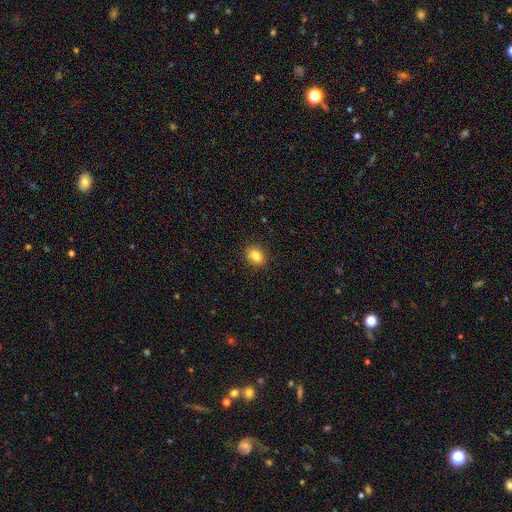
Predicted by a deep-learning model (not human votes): smooth 84%, star or artifact 10%, featured or disk 6%. Down the decision tree: how rounded — in between (52%); merging — none (89%).